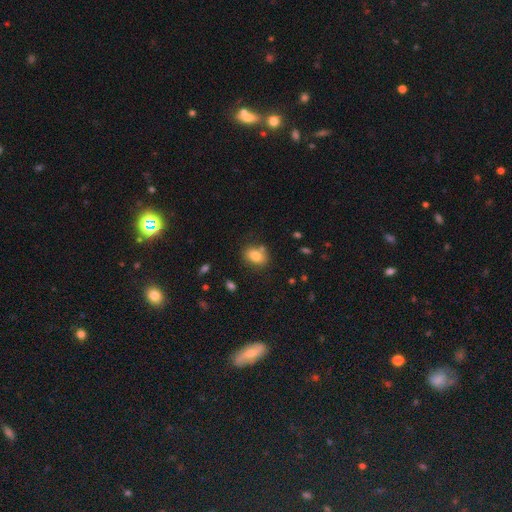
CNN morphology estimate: smooth 80%, featured or disk 11%, star or artifact 9%. Down the decision tree: how rounded — in between (71%); merging — none (72%).